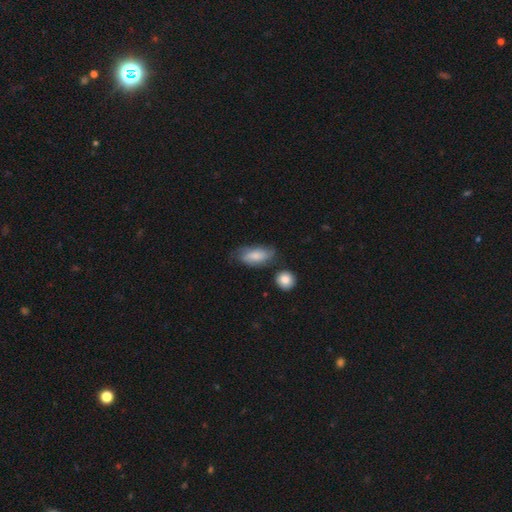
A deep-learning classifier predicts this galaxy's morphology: smooth-or-featured: smooth: 68% | featured or disk: 25% | star or artifact: 7%
  how-rounded: in between: 88% | cigar-shaped: 8% | round: 4%
  merging: none: 58% | minor disturbance: 27% | major disturbance: 9% | merger: 6%